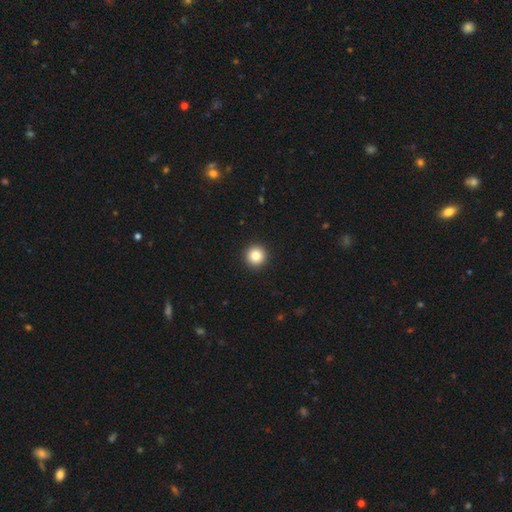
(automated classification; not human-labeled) smooth 85%, star or artifact 10%, featured or disk 5%. Down the decision tree: how rounded — round (96%); merging — none (94%).